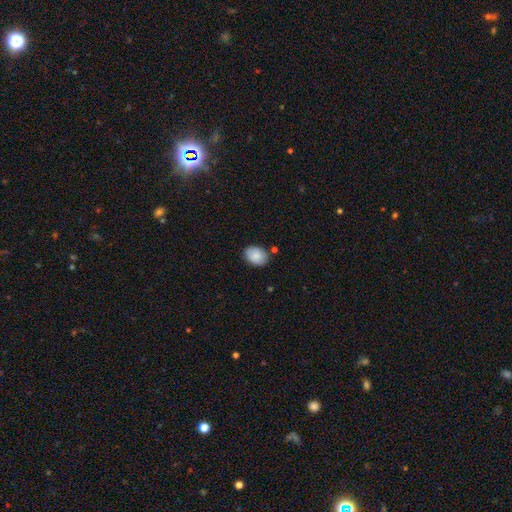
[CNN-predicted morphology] Smooth or featured: smooth — 84% (featured or disk — 9%)
How rounded: in between — 76% (round — 23%)
Merging: none — 80% (minor disturbance — 13%)